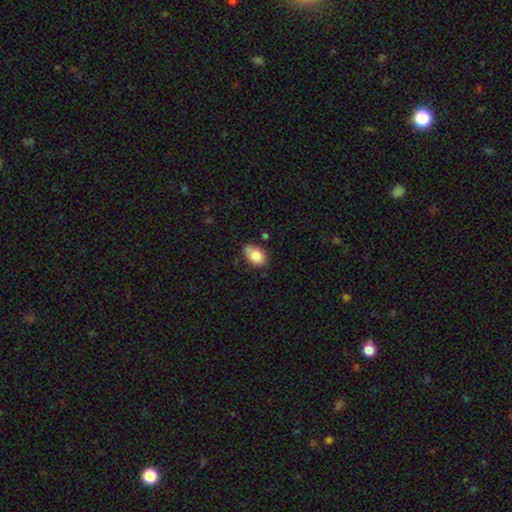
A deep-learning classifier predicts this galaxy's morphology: Smooth or featured? Predicted: smooth (p=0.82). How rounded? Predicted: in between (p=0.76). Merging? Predicted: none (p=0.57).